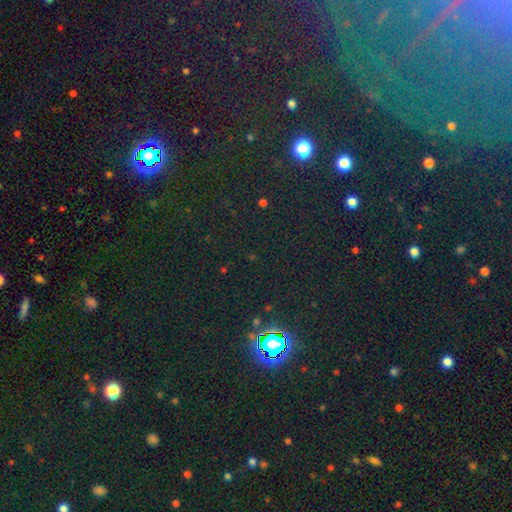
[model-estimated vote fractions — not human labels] A star or artifact, not a galaxy (77%).